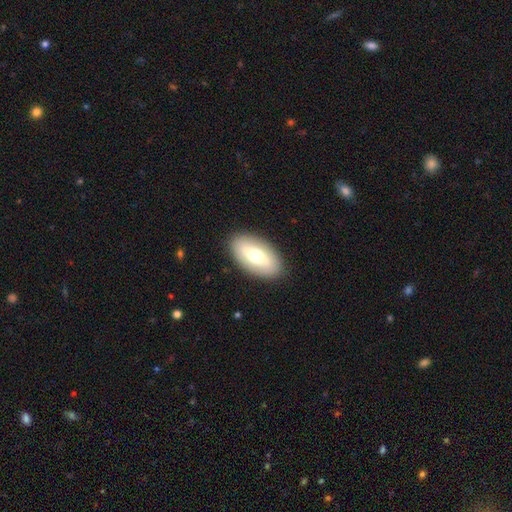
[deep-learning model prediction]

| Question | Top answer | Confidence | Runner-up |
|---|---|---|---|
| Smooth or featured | smooth | 64% | featured or disk (30%) |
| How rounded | in between | 94% | round (4%) |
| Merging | none | 88% | minor disturbance (8%) |